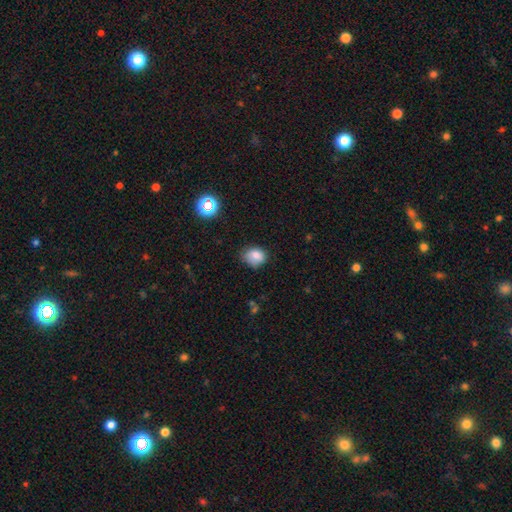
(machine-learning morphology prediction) Smooth or featured? smooth (80%)
How rounded? in between (50%)
Merging? none (59%)